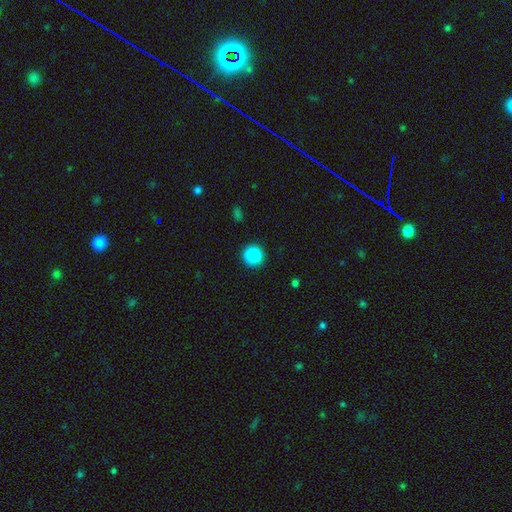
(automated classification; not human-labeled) Overall: smooth (86%). How rounded: round (94%). Merging: none (92%).